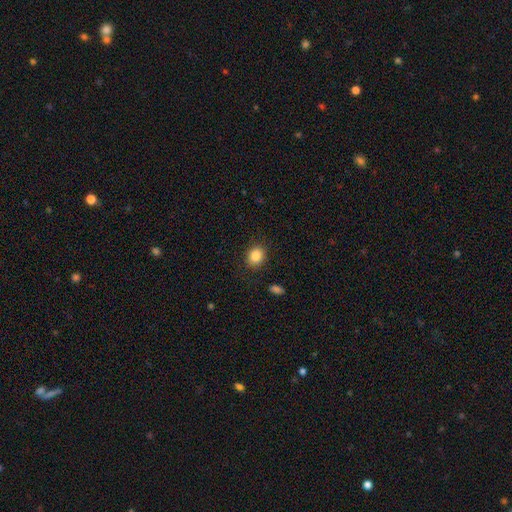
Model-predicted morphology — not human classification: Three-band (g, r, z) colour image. It shows a smooth galaxy with no disk features (86%) that is round (62%). Merging: none (86%).